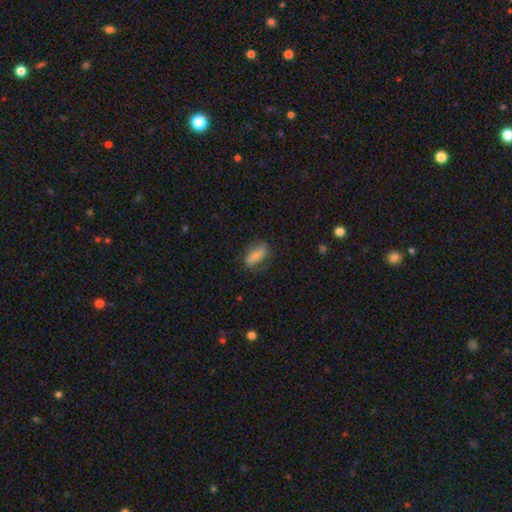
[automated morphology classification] Smooth or featured? Predicted: smooth (p=0.57). How rounded? Predicted: in between (p=0.85). Merging? Predicted: none (p=0.65).